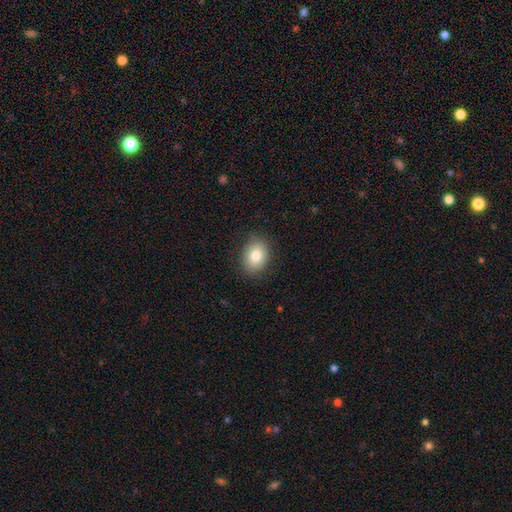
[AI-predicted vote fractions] smooth_or_featured: smooth (p=0.82) [alt: featured or disk p=0.09]
how_rounded: in between (p=0.63) [alt: round p=0.36]
merging: none (p=0.86) [alt: minor disturbance p=0.11]